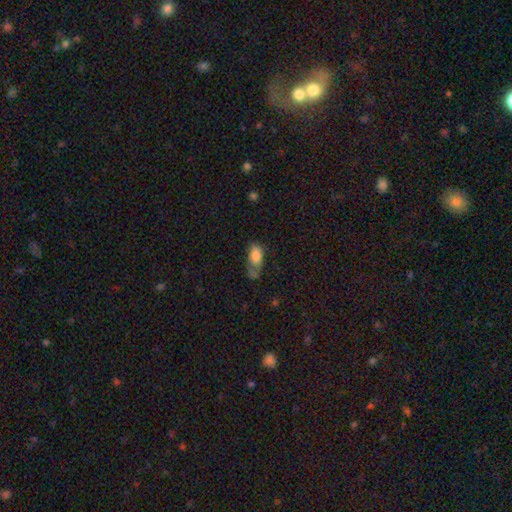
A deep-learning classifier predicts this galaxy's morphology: Q: Smooth or featured?
A: smooth (78%); runner-up: featured or disk (13%)
Q: How rounded?
A: in between (88%); runner-up: cigar-shaped (6%)
Q: Merging?
A: minor disturbance (31%); tied with: none (31%)